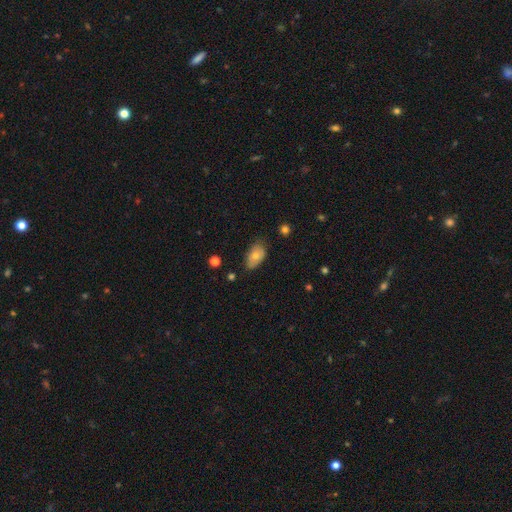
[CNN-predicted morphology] Overall: smooth (70%). How rounded: in between (91%). Merging: none (61%; minor disturbance 31%).